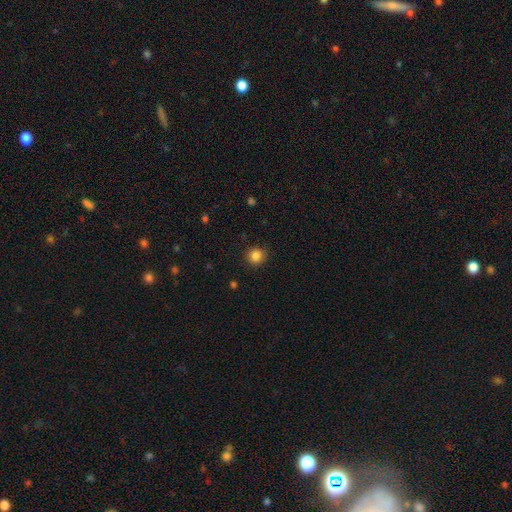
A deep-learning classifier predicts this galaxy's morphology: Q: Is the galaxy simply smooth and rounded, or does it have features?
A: smooth — 85%.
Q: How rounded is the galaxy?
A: round — 91%.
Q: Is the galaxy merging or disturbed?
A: none — 90%.